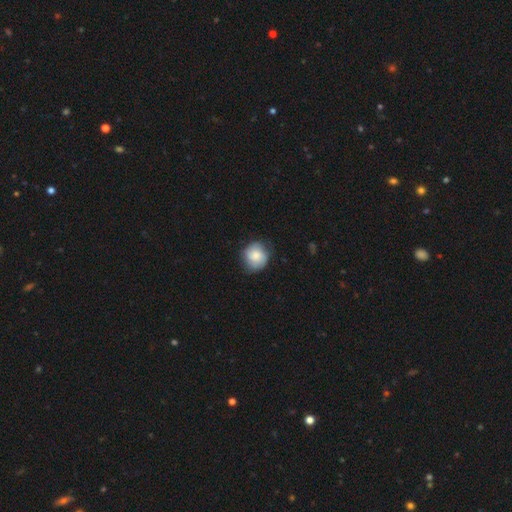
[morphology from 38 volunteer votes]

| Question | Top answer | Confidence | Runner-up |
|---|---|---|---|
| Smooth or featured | smooth | 68% | featured or disk (24%) |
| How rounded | round | 81% | in between (19%) |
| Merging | none | 80% | minor disturbance (17%) |